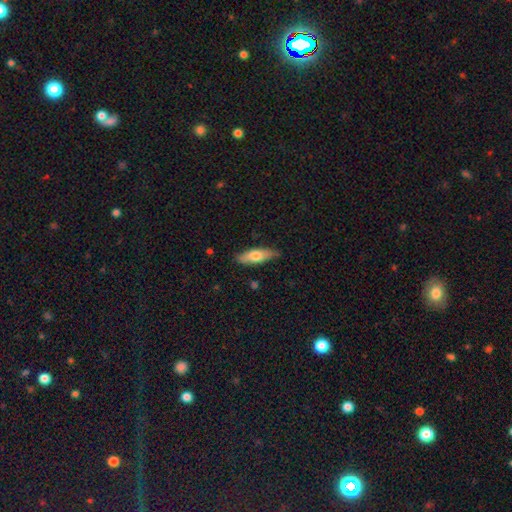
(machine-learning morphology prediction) smooth_or_featured: smooth (p=0.67) [alt: featured or disk p=0.28]
how_rounded: in between (p=0.56) [alt: cigar-shaped p=0.42]
merging: none (p=0.82) [alt: minor disturbance p=0.14]